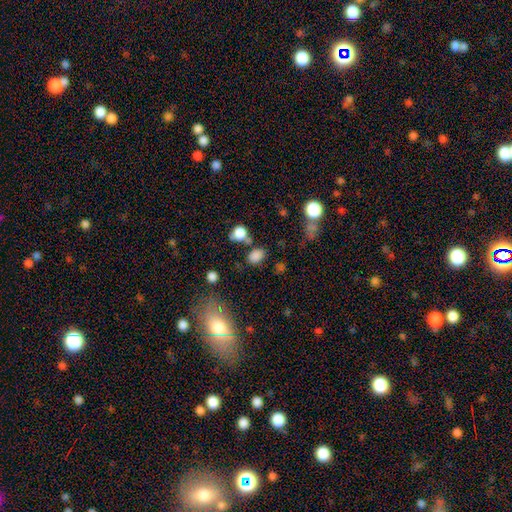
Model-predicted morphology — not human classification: Smooth or featured: smooth — 80% (star or artifact — 15%)
How rounded: in between — 65% (round — 34%)
Merging: none — 72% (minor disturbance — 13%)